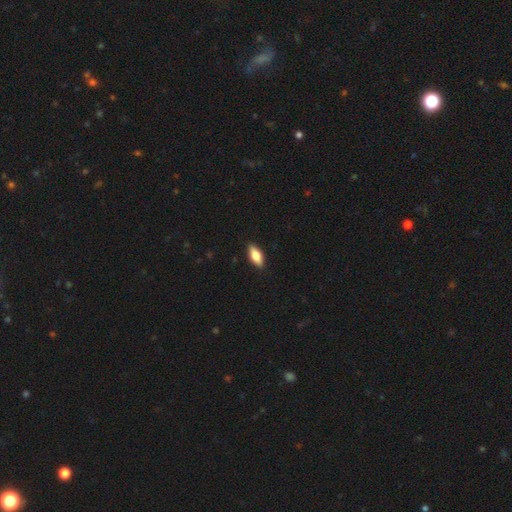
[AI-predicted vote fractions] Morphology: type=smooth (75%); roundness=in between (80%); merging=none (89%).